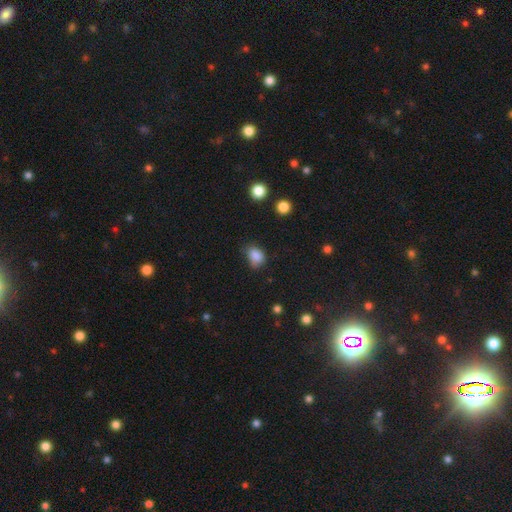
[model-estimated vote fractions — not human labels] Q: Smooth or featured?
A: smooth (85%); runner-up: star or artifact (11%)
Q: How rounded?
A: in between (63%); runner-up: round (36%)
Q: Merging?
A: none (57%); runner-up: minor disturbance (32%)